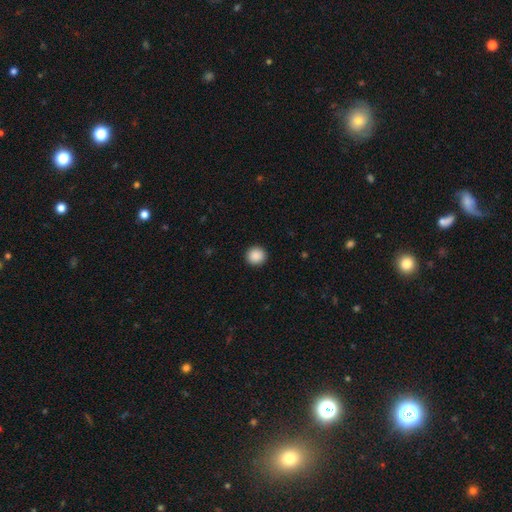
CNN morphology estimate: Smooth or featured? smooth (89%)
How rounded? round (94%)
Merging? none (93%)